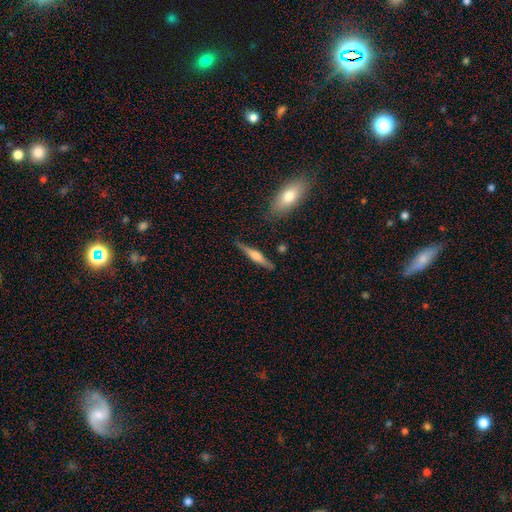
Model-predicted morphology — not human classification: featured or disk 59%, smooth 35%, star or artifact 6%. Down the decision tree: edge-on disk — yes (97%); edge-on bulge — rounded (79%); merging — none (85%).